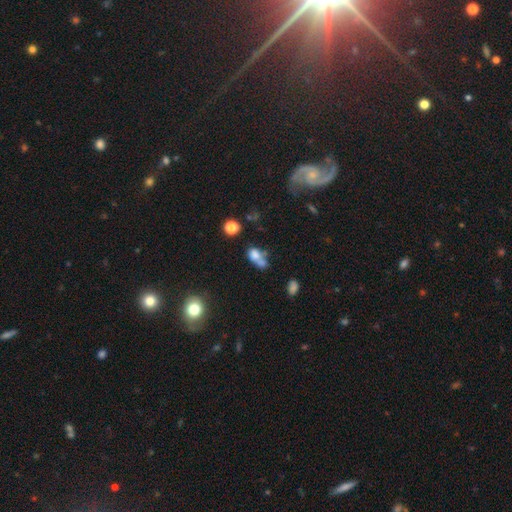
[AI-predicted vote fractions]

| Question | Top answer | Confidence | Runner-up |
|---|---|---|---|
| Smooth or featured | smooth | 70% | featured or disk (16%) |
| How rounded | in between | 60% | round (37%) |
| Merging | merger | 50% | none (26%) |